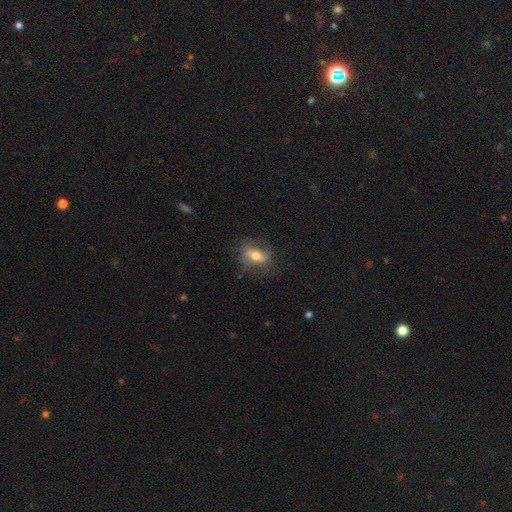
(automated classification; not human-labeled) This is possibly a smooth galaxy (49%). Merging: likely none (71%).